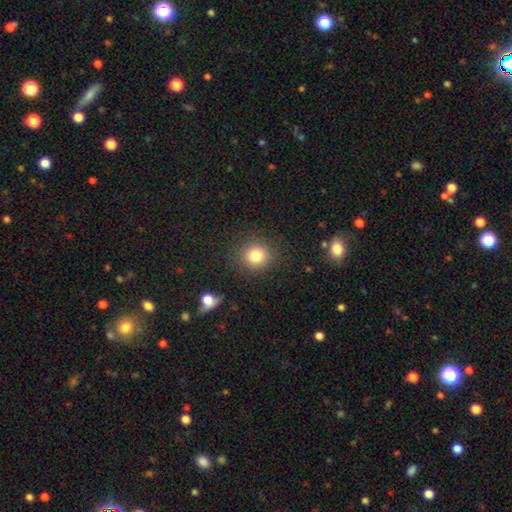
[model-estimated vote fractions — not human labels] Smooth or featured?
  - smooth: 81% *
  - star or artifact: 12%
  - featured or disk: 7%
How rounded?
  - round: 88% *
  - in between: 12%
  - cigar-shaped: 1%
Merging?
  - none: 88% *
  - minor disturbance: 7%
  - major disturbance: 3%
  - merger: 2%